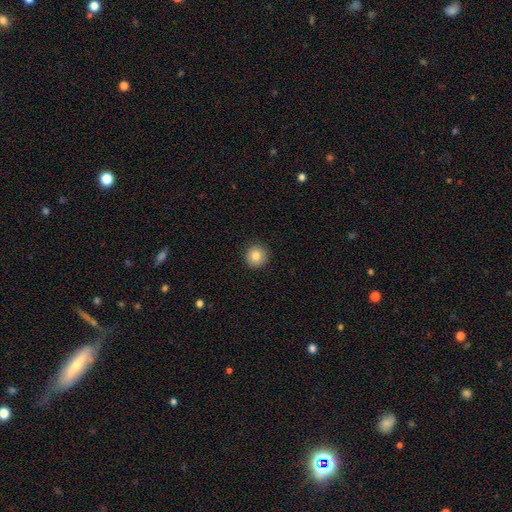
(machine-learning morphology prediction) smooth 85%, star or artifact 9%, featured or disk 6%. Down the decision tree: how rounded — round (94%); merging — none (91%).